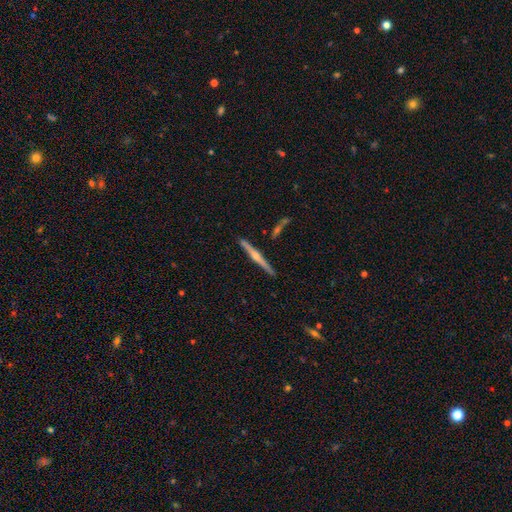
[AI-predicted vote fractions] Morphology: type=featured or disk (79%); edge-on=yes (98%); edge-on bulge=rounded (90%); merging=none (90%).